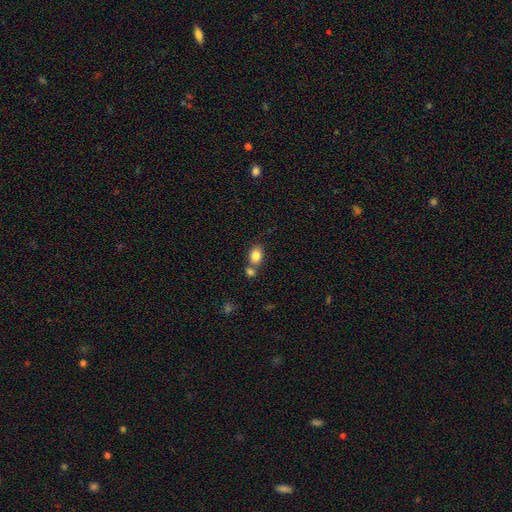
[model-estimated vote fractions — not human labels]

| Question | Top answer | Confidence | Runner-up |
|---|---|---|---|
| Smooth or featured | smooth | 84% | star or artifact (9%) |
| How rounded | in between | 66% | round (33%) |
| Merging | none | 53% | merger (33%) |